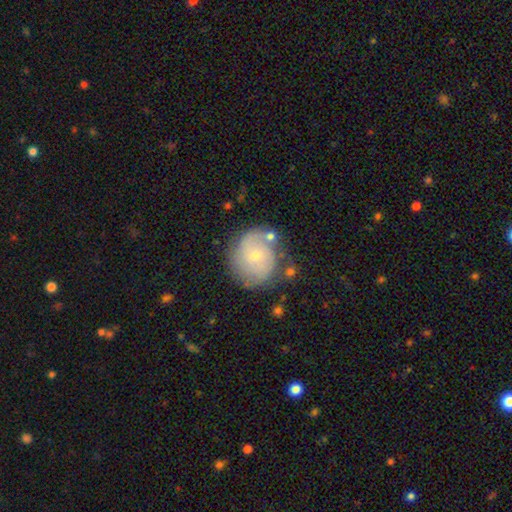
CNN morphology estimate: Smooth or featured? Predicted: featured or disk (p=0.57). Edge-on disk? Predicted: no (p=0.97). Bar? Predicted: no (p=0.71). Spiral arms? Predicted: yes (p=0.83). Bulge size? Predicted: small (p=0.71). Merging? Predicted: none (p=0.69).